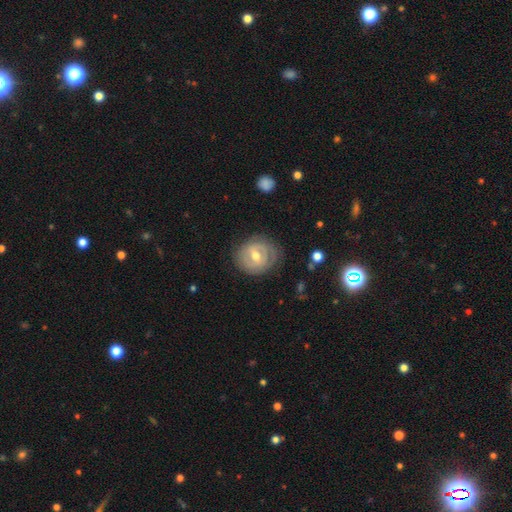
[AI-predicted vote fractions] smooth-or-featured: featured or disk: 70% | smooth: 23% | star or artifact: 6%
  disk-edge-on: no: 96% | yes: 4%
    bar: weak: 49% | no: 30% | strong: 21%
    has-spiral-arms: yes: 71% | no: 29%
    bulge-size: moderate: 74% | small: 21% | large: 4% | none: 1% | dominant: 1%
  merging: none: 72% | minor disturbance: 19% | major disturbance: 8% | merger: 1%